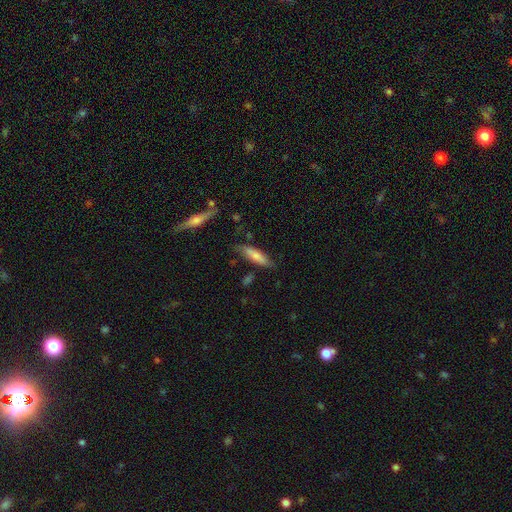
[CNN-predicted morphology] smooth_or_featured: smooth (p=0.67) [alt: featured or disk p=0.26]
how_rounded: cigar-shaped (p=0.64) [alt: in between p=0.35]
merging: none (p=0.71) [alt: minor disturbance p=0.21]